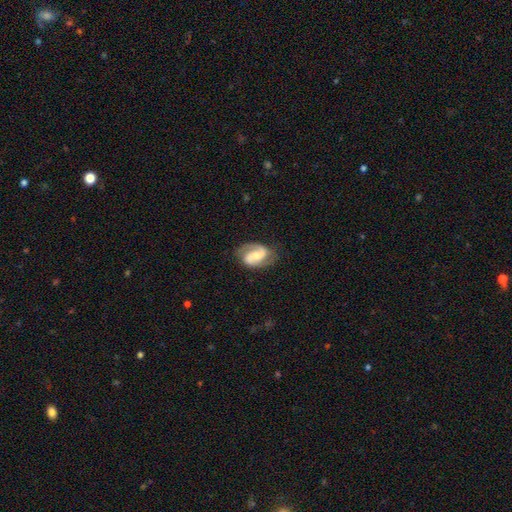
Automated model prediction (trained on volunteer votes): smooth-or-featured: featured or disk: 81% | smooth: 13% | star or artifact: 5%
  disk-edge-on: no: 98% | yes: 2%
    bar: weak: 43% | no: 37% | strong: 20%
    has-spiral-arms: yes: 96% | no: 4%
      spiral-winding: medium: 50% | loose: 27% | tight: 23%
      spiral-arm-count: 2: 86% | 1: 7% | can't tell: 4% | 3: 1% | 4: 1% | more than 4: 1%
    bulge-size: moderate: 46% | small: 41% | none: 7% | large: 5% | dominant: 1%
  merging: none: 73% | minor disturbance: 18% | major disturbance: 7% | merger: 1%